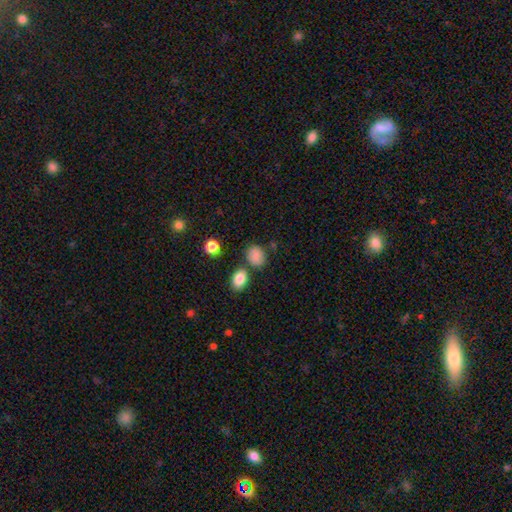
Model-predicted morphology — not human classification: This is clearly a smooth galaxy (85%). How rounded: possibly in between (53%). Merging: likely none (71%).